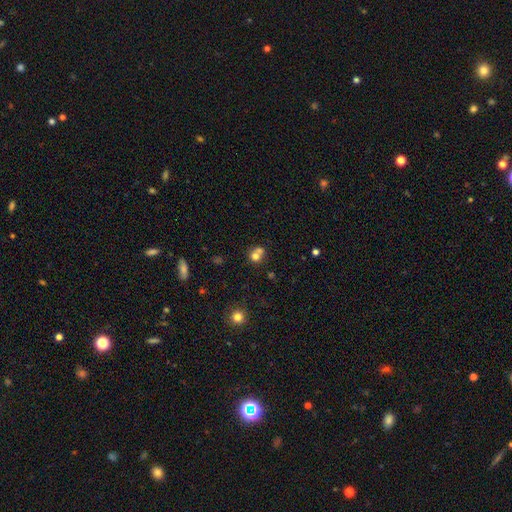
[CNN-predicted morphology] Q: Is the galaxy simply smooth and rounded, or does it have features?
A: smooth — 72%.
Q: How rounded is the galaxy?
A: round — 80%.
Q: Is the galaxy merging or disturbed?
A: merger — 54%.